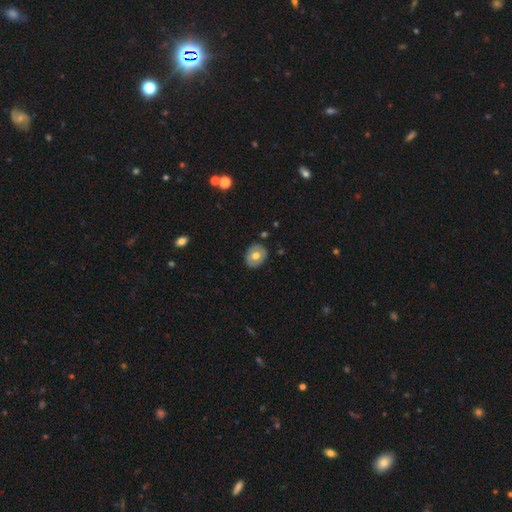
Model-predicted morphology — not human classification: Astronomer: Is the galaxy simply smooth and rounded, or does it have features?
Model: smooth — 59%.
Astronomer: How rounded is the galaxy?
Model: round — 51% (runner-up: in between, 48%).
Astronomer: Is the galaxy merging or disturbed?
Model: none — 85%.